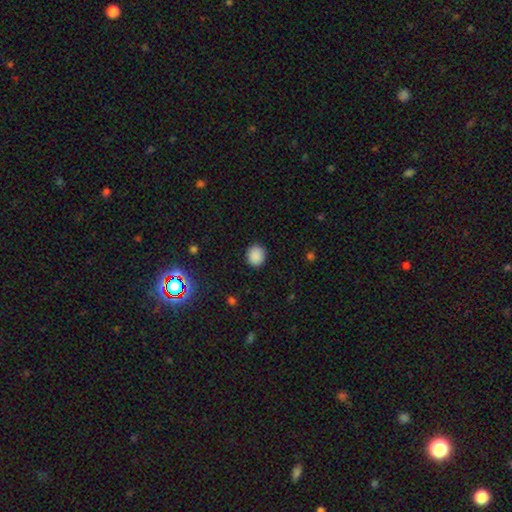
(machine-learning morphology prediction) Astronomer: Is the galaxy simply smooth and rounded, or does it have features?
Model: smooth — 87%.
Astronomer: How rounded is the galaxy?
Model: round — 77%.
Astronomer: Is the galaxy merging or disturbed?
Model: none — 89%.